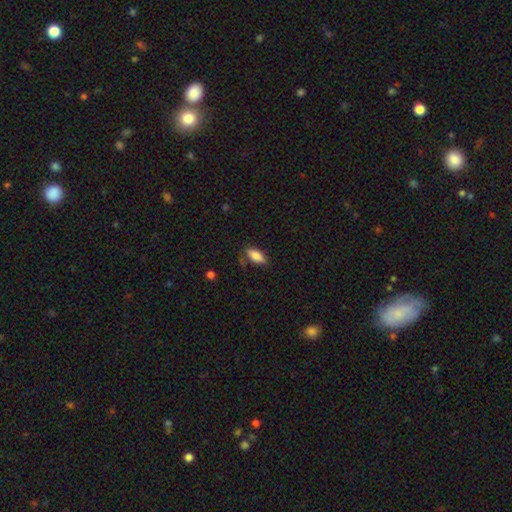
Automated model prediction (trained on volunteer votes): Q: Smooth or featured?
A: smooth (86%); runner-up: star or artifact (8%)
Q: How rounded?
A: in between (82%); runner-up: cigar-shaped (16%)
Q: Merging?
A: none (74%); runner-up: minor disturbance (19%)